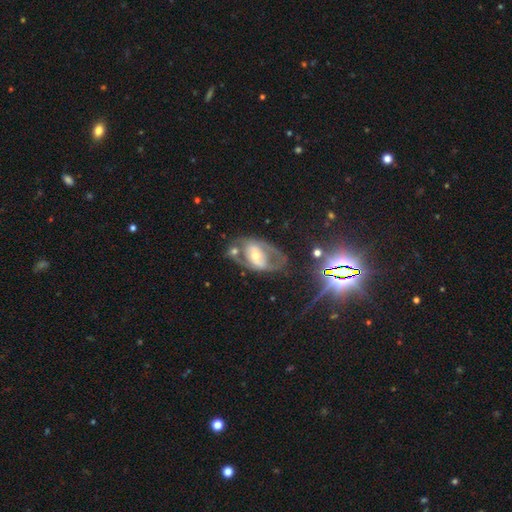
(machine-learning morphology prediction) smooth_or_featured: featured or disk (p=0.69) [alt: smooth p=0.23]
disk_edge_on: no (p=0.93) [alt: yes p=0.07]
bar: no (p=0.44) [alt: weak p=0.31]
has_spiral_arms: yes (p=0.53) [alt: no p=0.47]
bulge_size: moderate (p=0.60) [alt: small p=0.29]
merging: none (p=0.46) [alt: major disturbance p=0.20]